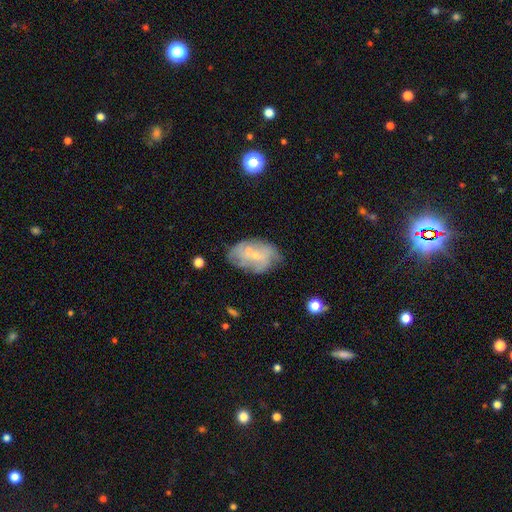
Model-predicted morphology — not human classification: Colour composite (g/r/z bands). It shows a featured or disk galaxy (61%) with no bar (71%), spiral arms (59%) and a small central bulge (74%). Merging: none (46%).